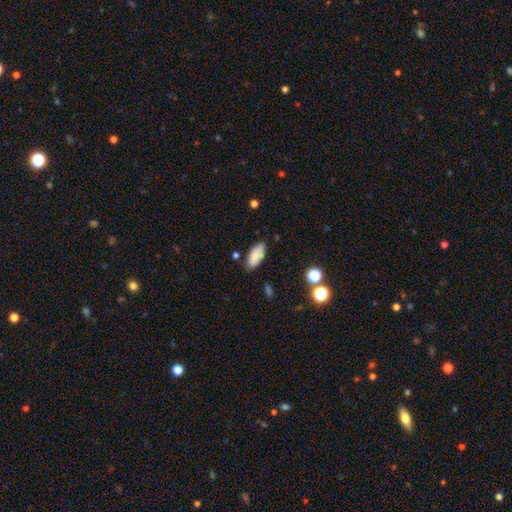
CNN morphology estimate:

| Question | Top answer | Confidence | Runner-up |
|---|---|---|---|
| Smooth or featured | smooth | 84% | featured or disk (8%) |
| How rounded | in between | 85% | cigar-shaped (13%) |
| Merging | none | 82% | minor disturbance (14%) |